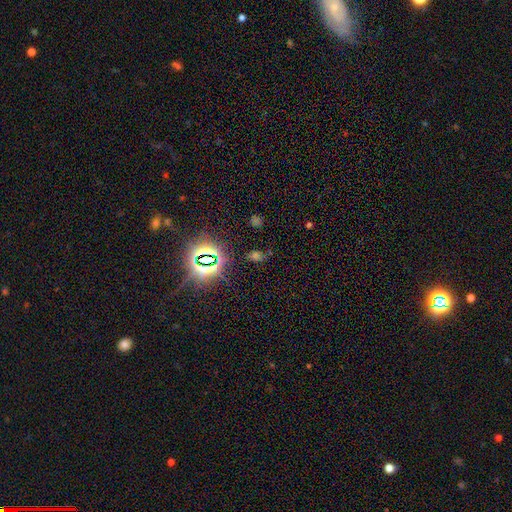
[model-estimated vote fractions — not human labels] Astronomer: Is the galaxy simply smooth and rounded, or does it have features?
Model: star or artifact — 63%.